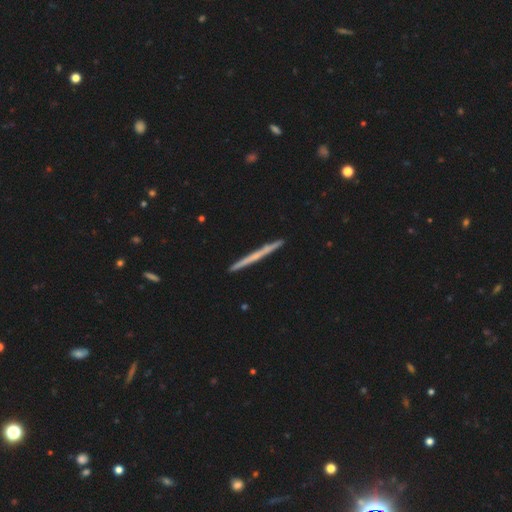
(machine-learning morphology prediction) A featured or disk galaxy (54%) viewed edge-on (98%) with no central bulge (82%). Merging: none (92%).